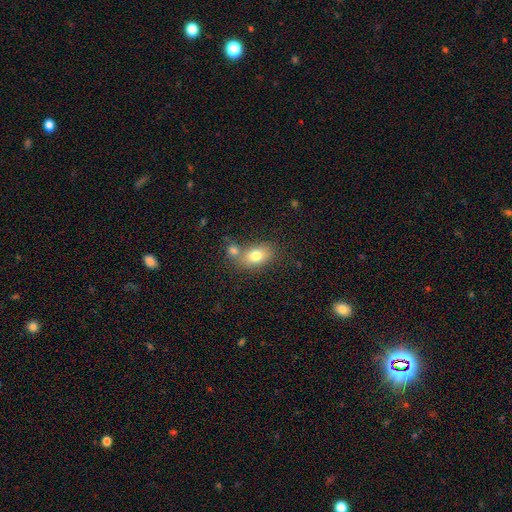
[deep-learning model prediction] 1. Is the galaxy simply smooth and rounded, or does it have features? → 78% smooth, 12% featured or disk, 9% star or artifact.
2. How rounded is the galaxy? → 79% in between, 19% round, 2% cigar-shaped.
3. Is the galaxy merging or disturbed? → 52% none, 31% merger, 13% minor disturbance, 4% major disturbance.